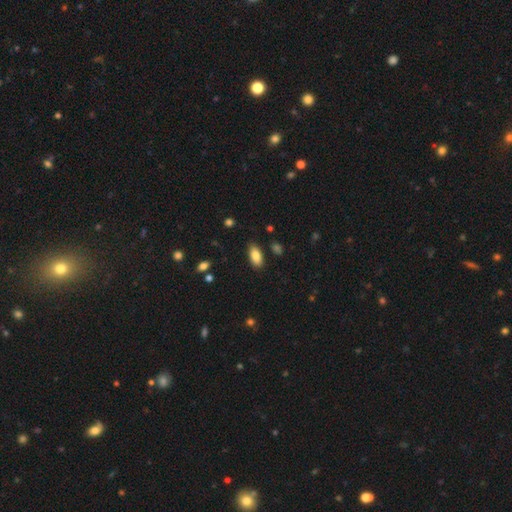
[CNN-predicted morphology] Smooth or featured? Predicted: smooth (p=0.84). How rounded? Predicted: in between (p=0.90). Merging? Predicted: none (p=0.84).